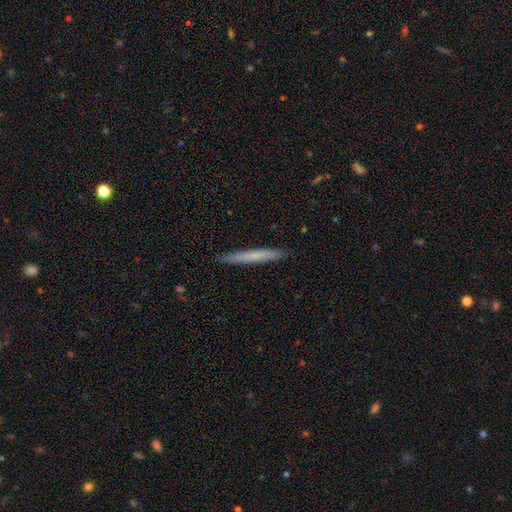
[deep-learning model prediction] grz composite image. It shows a smooth galaxy with no disk features (65%) that is cigar-shaped (96%). Merging: none (91%).